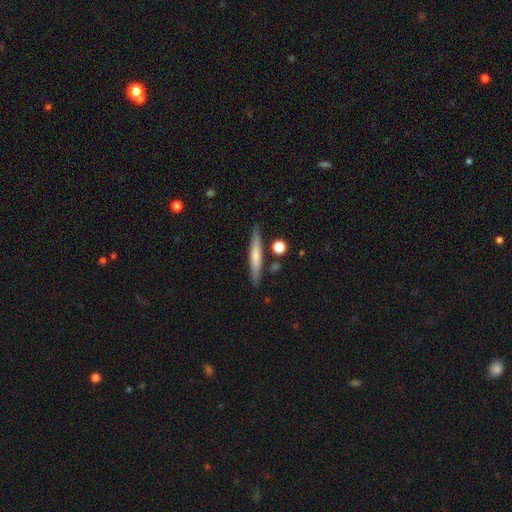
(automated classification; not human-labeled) A smooth galaxy with no disk features (59%) that is cigar-shaped (94%). Merging: none (84%).